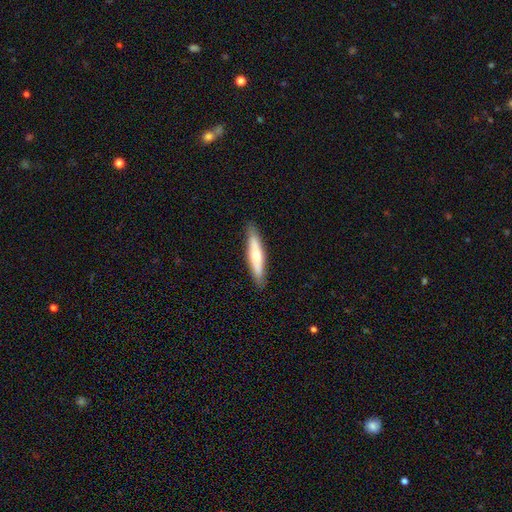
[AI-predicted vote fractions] Smooth or featured? Predicted: smooth (p=0.48). Merging? Predicted: none (p=0.88).